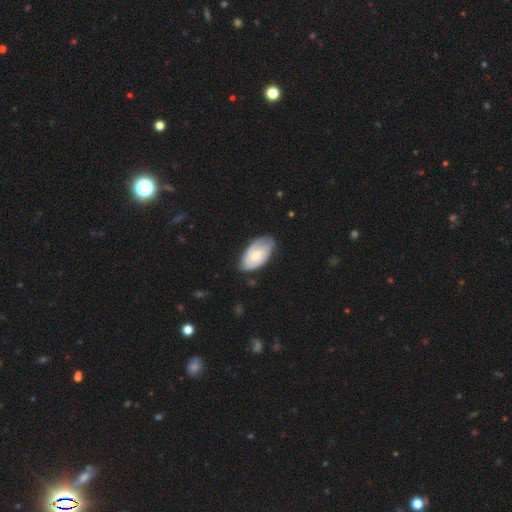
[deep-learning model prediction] Smooth or featured: featured or disk — 51% (smooth — 44%)
Edge-on disk: no — 94% (yes — 6%)
Merging: none — 66% (minor disturbance — 26%)